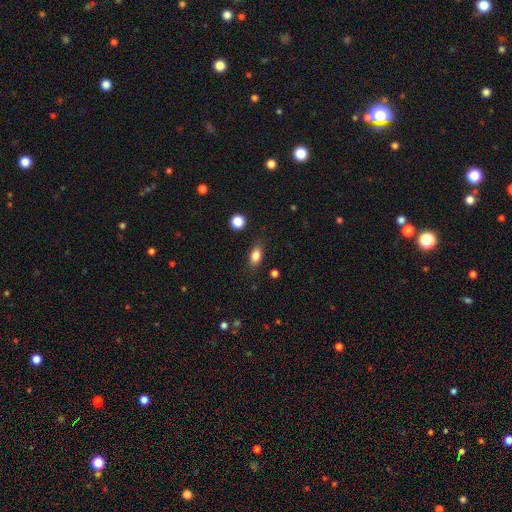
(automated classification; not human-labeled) Smooth or featured: smooth — 83% (star or artifact — 9%)
How rounded: in between — 82% (round — 13%)
Merging: none — 85% (minor disturbance — 11%)